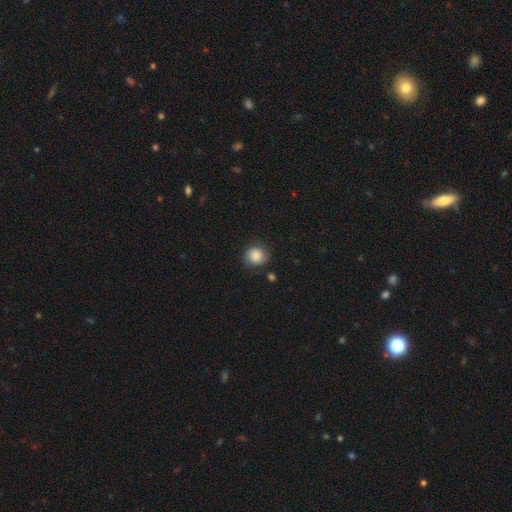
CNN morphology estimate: Smooth or featured? Predicted: smooth (p=0.70). How rounded? Predicted: round (p=0.83). Merging? Predicted: none (p=0.75).